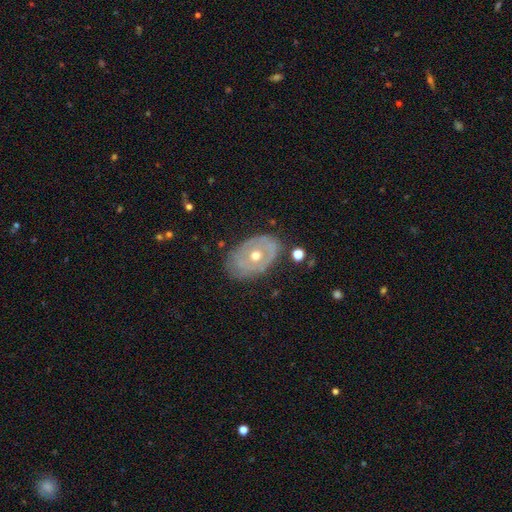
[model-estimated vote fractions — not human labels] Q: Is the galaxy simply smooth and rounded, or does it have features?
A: featured or disk — 68%.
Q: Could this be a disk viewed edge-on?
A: no — 93%.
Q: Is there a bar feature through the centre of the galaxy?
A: no — 87%.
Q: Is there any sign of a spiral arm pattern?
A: no — 66%.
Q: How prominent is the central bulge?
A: moderate — 75%.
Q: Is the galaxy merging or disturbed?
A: none — 72%.